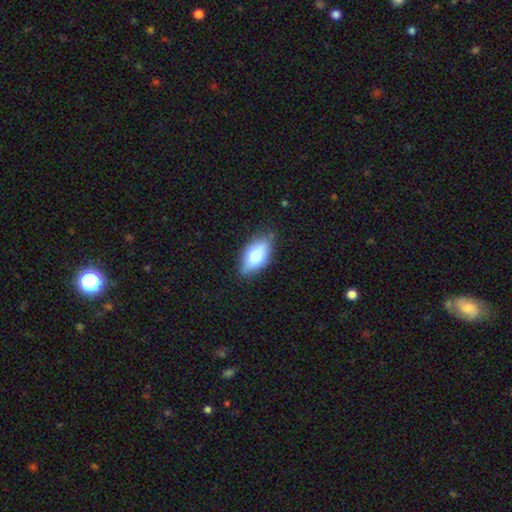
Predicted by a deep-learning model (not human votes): Morphology: type=smooth (71%); roundness=in between (89%); merging=none (75%).